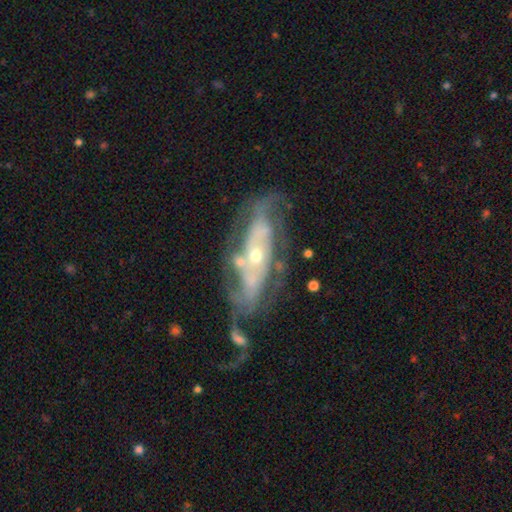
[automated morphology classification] Smooth or featured?
  - featured or disk: 83% *
  - smooth: 10%
  - star or artifact: 7%
Edge-on disk?
  - no: 87% *
  - yes: 13%
Bar?
  - no: 69% *
  - weak: 20%
  - strong: 11%
Spiral arms?
  - yes: 85% *
  - no: 15%
Spiral winding?
  - tight: 51% *
  - medium: 34%
  - loose: 15%
Spiral arm count?
  - can't tell: 41% *
  - 2: 33%
  - 3: 12%
  - 4: 6%
  - 1: 4%
  - more than 4: 4%
Bulge size?
  - small: 58% *
  - moderate: 38%
  - large: 2%
  - none: 1%
  - dominant: 1%
Merging?
  - none: 49% *
  - minor disturbance: 19%
  - major disturbance: 17%
  - merger: 15%